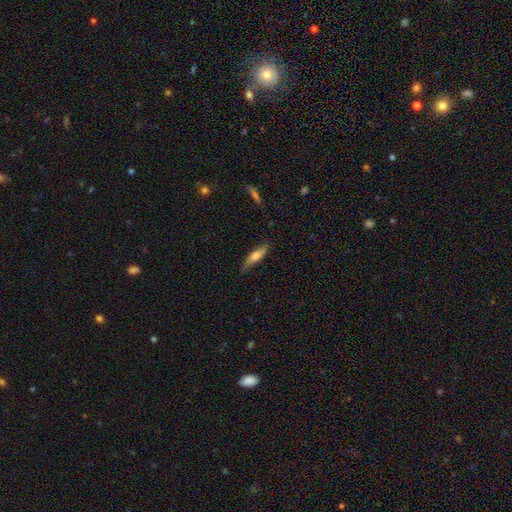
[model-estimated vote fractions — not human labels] Smooth or featured: smooth — 50% (featured or disk — 44%)
Merging: none — 78% (minor disturbance — 17%)